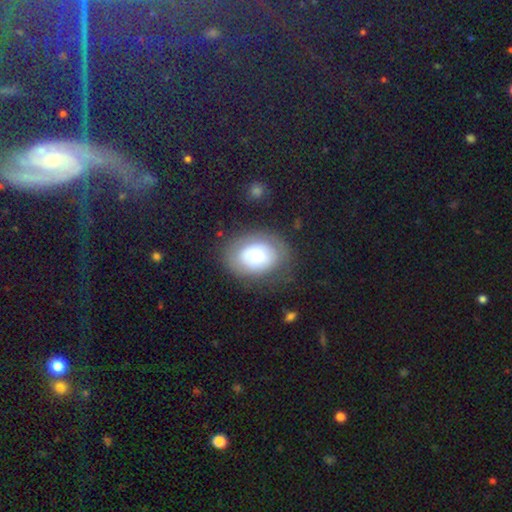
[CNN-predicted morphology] smooth-or-featured: smooth: 58% | featured or disk: 33% | star or artifact: 8%
  how-rounded: in between: 69% | round: 30% | cigar-shaped: 1%
  merging: none: 67% | minor disturbance: 20% | major disturbance: 12% | merger: 2%